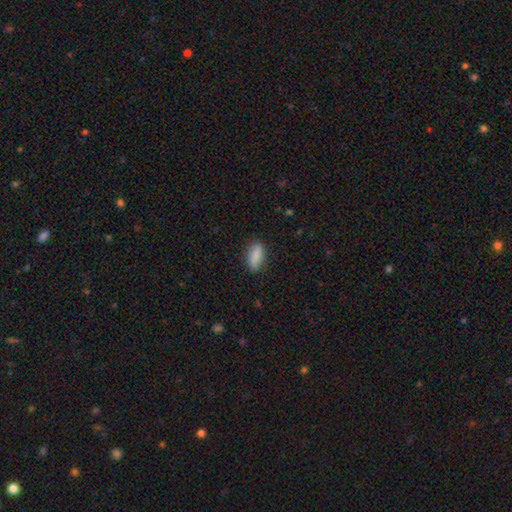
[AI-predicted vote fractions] Smooth or featured: smooth — 86% (star or artifact — 7%)
How rounded: in between — 79% (cigar-shaped — 18%)
Merging: none — 84% (minor disturbance — 12%)